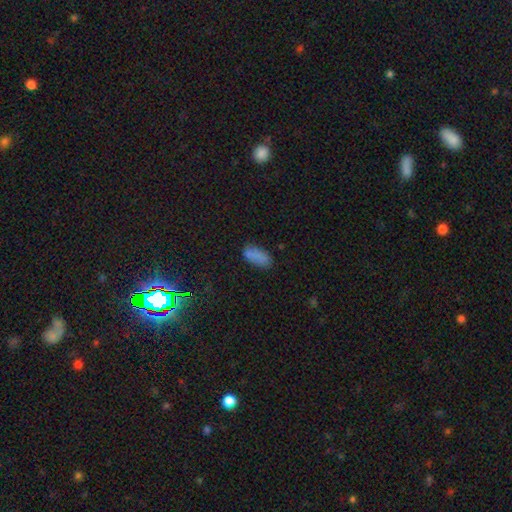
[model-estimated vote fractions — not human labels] A smooth galaxy with no disk features (82%) that is in between round and cigar-shaped (88%).

Vote fractions:
- Smooth or featured? smooth: 82% / star or artifact: 11% / featured or disk: 7%
- How rounded? in between: 88% / cigar-shaped: 10% / round: 3%
- Merging? none: 72% / minor disturbance: 19% / major disturbance: 5% / merger: 4%